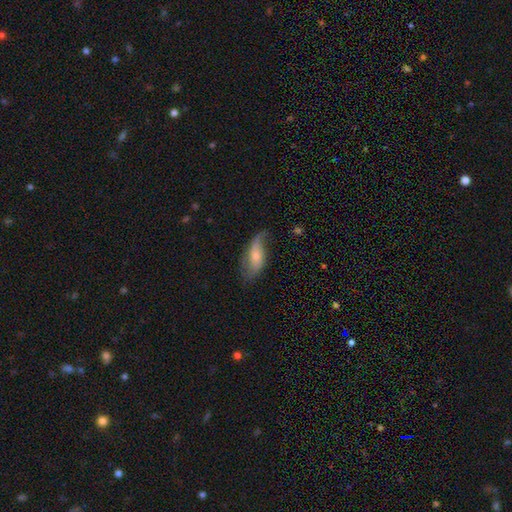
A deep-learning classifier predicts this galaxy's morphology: Smooth or featured?
  - featured or disk: 56% *
  - smooth: 37%
  - star or artifact: 7%
Edge-on disk?
  - no: 88% *
  - yes: 12%
Merging?
  - none: 54% *
  - minor disturbance: 29%
  - major disturbance: 15%
  - merger: 2%